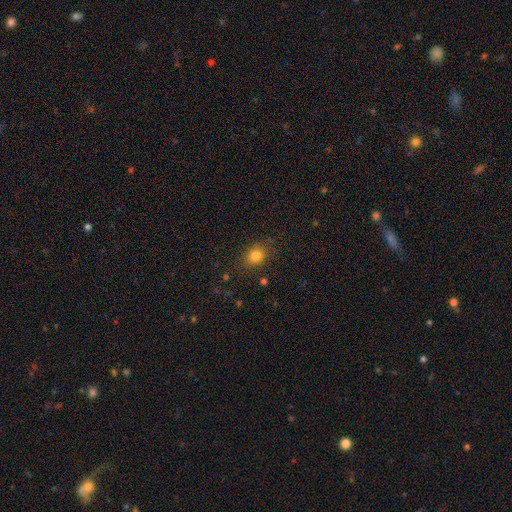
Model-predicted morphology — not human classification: Smooth or featured: smooth — 81% (star or artifact — 12%)
How rounded: round — 56% (in between — 43%)
Merging: none — 82% (minor disturbance — 12%)